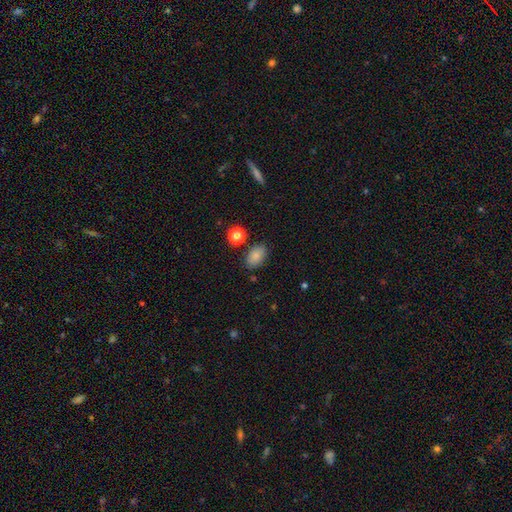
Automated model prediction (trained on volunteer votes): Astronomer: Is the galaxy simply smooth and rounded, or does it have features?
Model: smooth — 84%.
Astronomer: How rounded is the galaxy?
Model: in between — 88%.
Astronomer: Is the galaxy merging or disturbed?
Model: none — 82%.